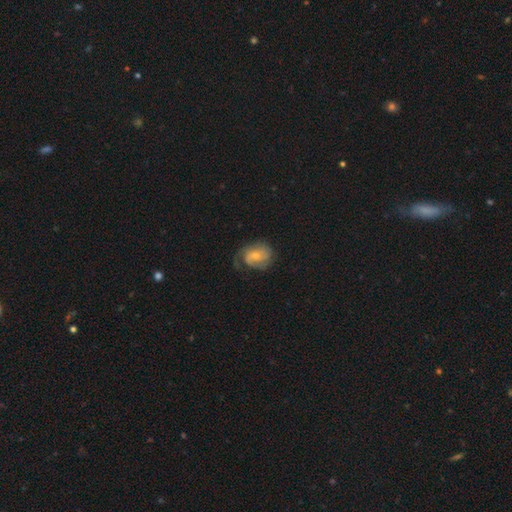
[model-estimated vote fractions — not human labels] The model was most divided on "spiral winding" (2-way tie): tight: 39%, medium: 39%, loose: 21%. Remaining: edge-on disk — no (97%); spiral arms — yes (90%); smooth or featured — featured or disk (69%); bar — no (63%); bulge size — small (59%); merging — none (53%); spiral arm count — 2 (40%).